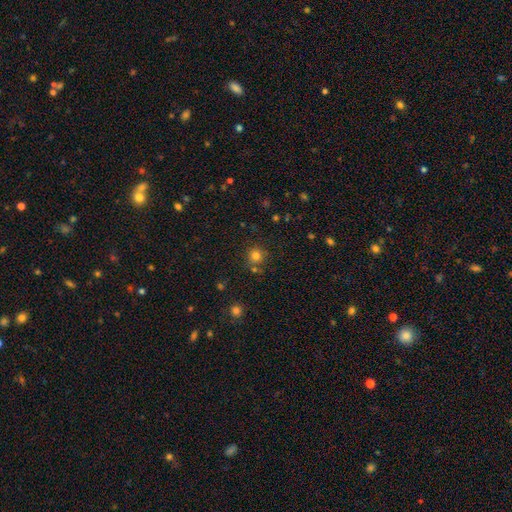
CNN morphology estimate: smooth-or-featured: smooth: 79% | star or artifact: 15% | featured or disk: 6%
  how-rounded: round: 91% | in between: 8% | cigar-shaped: 1%
  merging: none: 76% | minor disturbance: 10% | merger: 10% | major disturbance: 4%